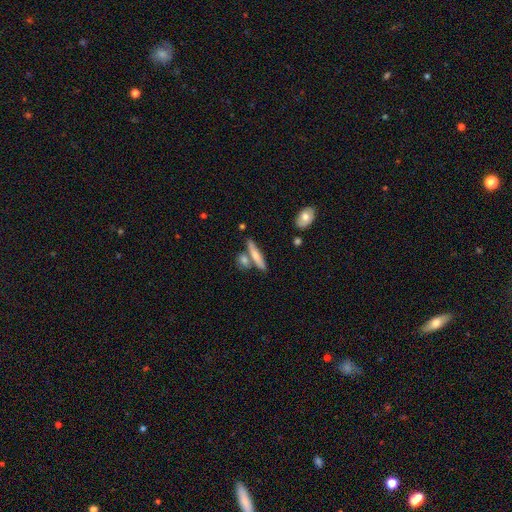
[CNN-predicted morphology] This is possibly a smooth galaxy (58%). How rounded: clearly cigar-shaped (81%). Merging: likely none (65%).